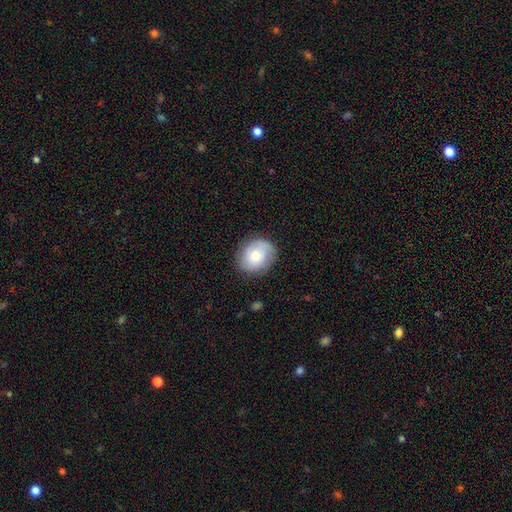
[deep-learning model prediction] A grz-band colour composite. It shows a smooth galaxy with no disk features (61%) that is round (67%). Merging: none (81%).